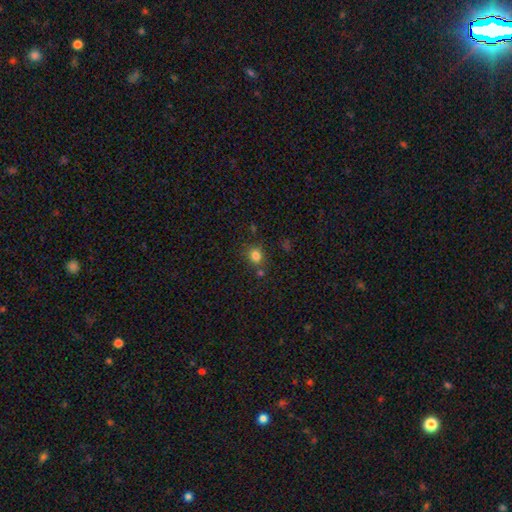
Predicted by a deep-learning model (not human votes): Q: Smooth or featured?
A: smooth (81%); runner-up: star or artifact (14%)
Q: How rounded?
A: round (77%); runner-up: in between (22%)
Q: Merging?
A: none (73%); runner-up: minor disturbance (13%)